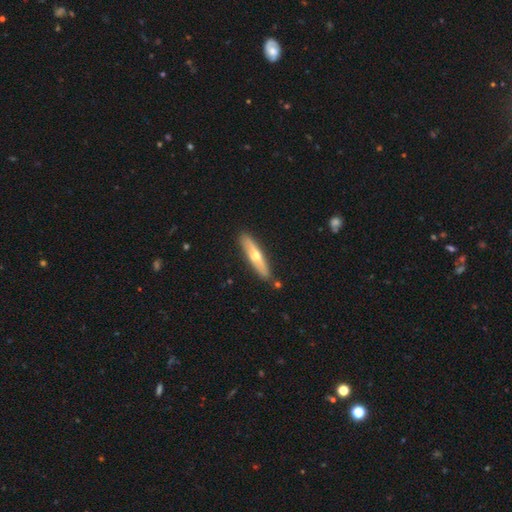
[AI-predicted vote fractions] Smooth or featured?
  - featured or disk: 54% *
  - smooth: 41%
  - star or artifact: 5%
Edge-on disk?
  - yes: 86% *
  - no: 14%
Merging?
  - none: 86% *
  - minor disturbance: 9%
  - merger: 3%
  - major disturbance: 2%